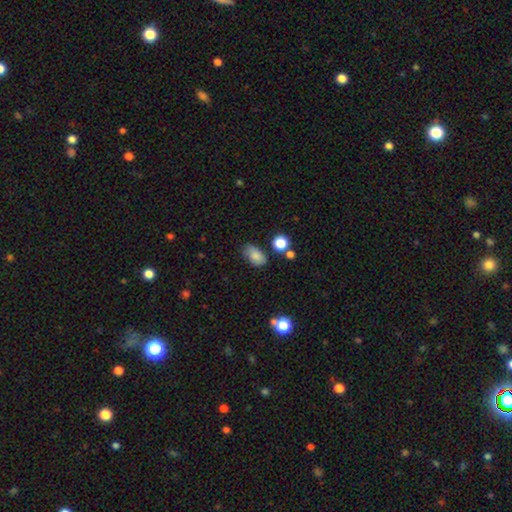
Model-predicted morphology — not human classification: A smooth galaxy with no disk features (82%) that is in between round and cigar-shaped (89%). Merging: none (65%).